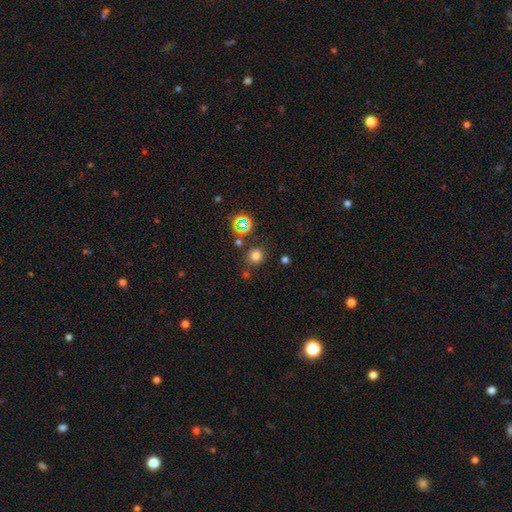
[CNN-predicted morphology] A smooth galaxy with no disk features (73%) that is round (91%).

Vote fractions:
- Smooth or featured? smooth: 73% / star or artifact: 21% / featured or disk: 6%
- How rounded? round: 91% / in between: 9% / cigar-shaped: 1%
- Merging? none: 80% / minor disturbance: 9% / merger: 7% / major disturbance: 3%